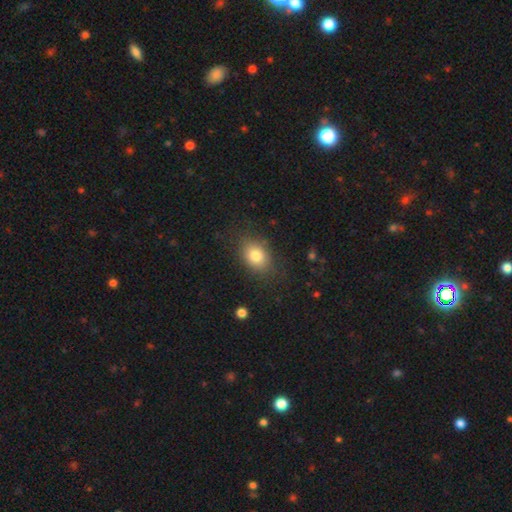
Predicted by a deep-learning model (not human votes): A smooth galaxy with no disk features (81%) that is in between round and cigar-shaped (71%). Merging: none (78%).